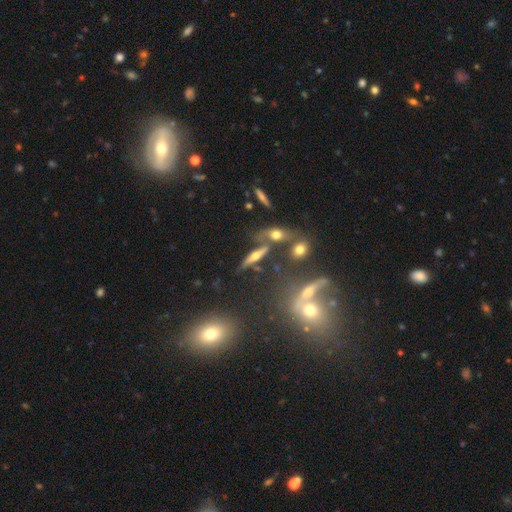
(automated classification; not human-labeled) The model was most divided on "smooth or featured": featured or disk: 56%, smooth: 29%, star or artifact: 15%. More confident: edge-on disk — yes (85%); merging — none (62%).